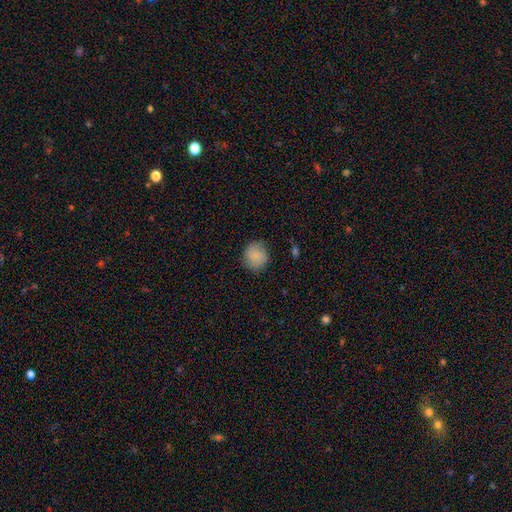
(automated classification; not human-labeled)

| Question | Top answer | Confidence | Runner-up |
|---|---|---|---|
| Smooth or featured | smooth | 85% | star or artifact (8%) |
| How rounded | round | 85% | in between (14%) |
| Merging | none | 81% | minor disturbance (15%) |